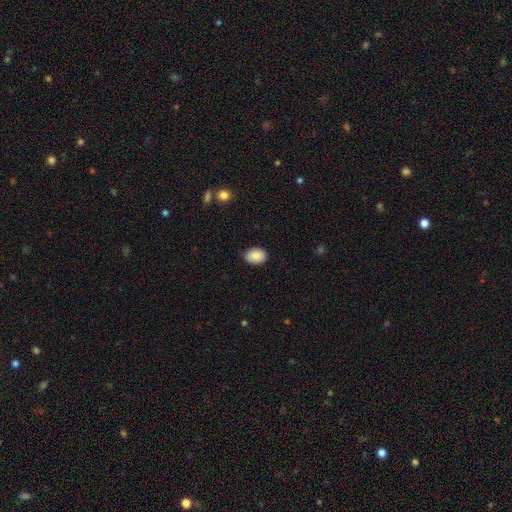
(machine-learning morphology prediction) Smooth or featured?
  - smooth: 88% *
  - star or artifact: 7%
  - featured or disk: 5%
How rounded?
  - in between: 80% *
  - round: 19%
  - cigar-shaped: 1%
Merging?
  - none: 87% *
  - minor disturbance: 10%
  - major disturbance: 2%
  - merger: 1%